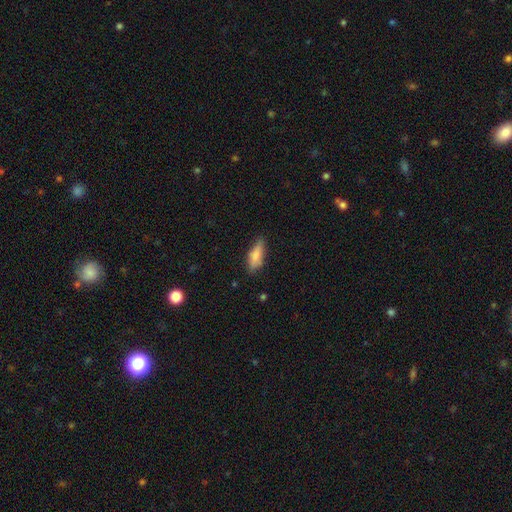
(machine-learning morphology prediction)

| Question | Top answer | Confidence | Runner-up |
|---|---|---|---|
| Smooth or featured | smooth | 72% | featured or disk (21%) |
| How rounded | in between | 56% | cigar-shaped (42%) |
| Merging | none | 73% | minor disturbance (20%) |